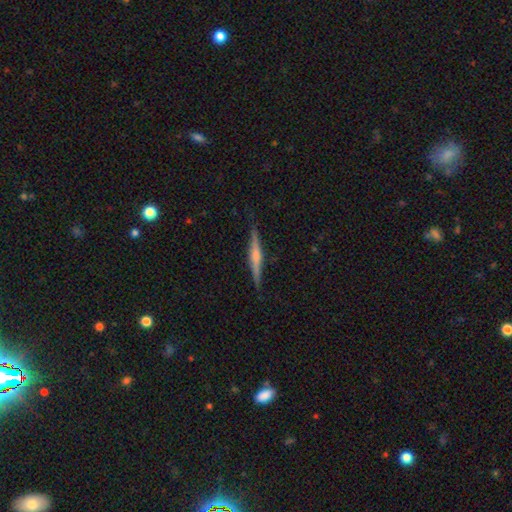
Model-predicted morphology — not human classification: A featured or disk galaxy (66%) viewed edge-on (98%) with a rounded central bulge (63%). Merging: none (89%).